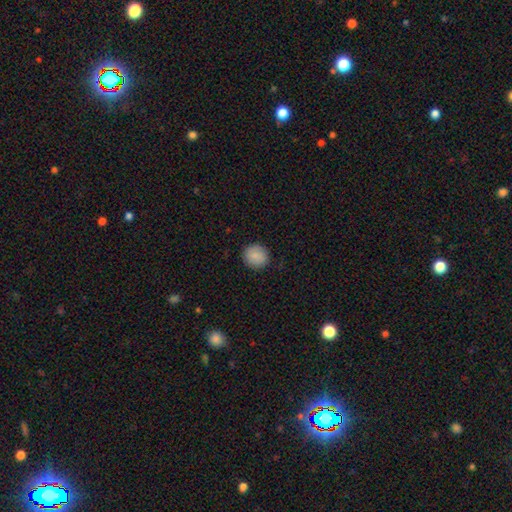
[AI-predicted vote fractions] This is clearly a smooth galaxy (88%). How rounded: clearly round (89%). Merging: clearly none (89%).